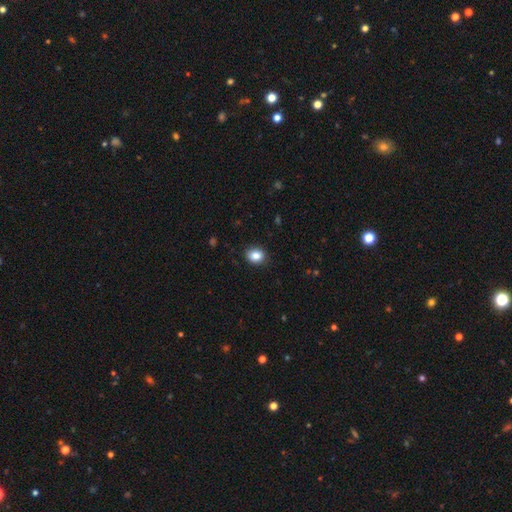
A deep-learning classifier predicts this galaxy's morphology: Q: Smooth or featured?
A: smooth (86%); runner-up: star or artifact (9%)
Q: How rounded?
A: in between (51%); runner-up: round (48%)
Q: Merging?
A: none (89%); runner-up: minor disturbance (8%)